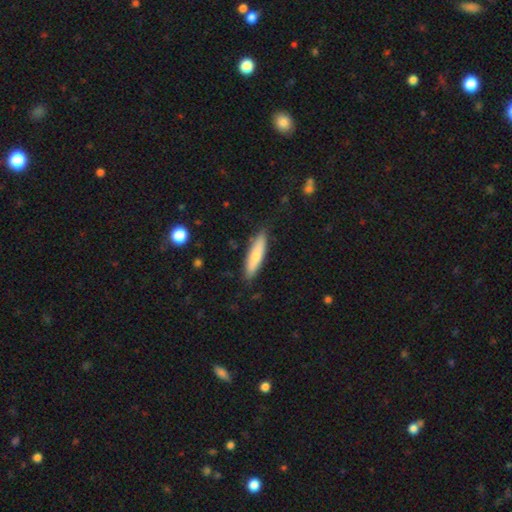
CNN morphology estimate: Smooth or featured?
  - smooth: 70% *
  - featured or disk: 24%
  - star or artifact: 6%
How rounded?
  - cigar-shaped: 70% *
  - in between: 28%
  - round: 2%
Merging?
  - none: 84% *
  - minor disturbance: 12%
  - major disturbance: 2%
  - merger: 1%